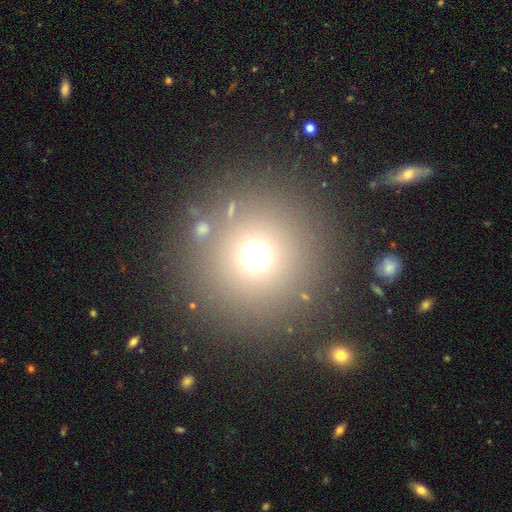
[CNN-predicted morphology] A smooth galaxy with no disk features (67%) that is round (96%).

Vote fractions:
- Smooth or featured? smooth: 67% / star or artifact: 24% / featured or disk: 9%
- How rounded? round: 96% / in between: 3% / cigar-shaped: 1%
- Merging? none: 87% / minor disturbance: 6% / merger: 4% / major disturbance: 4%